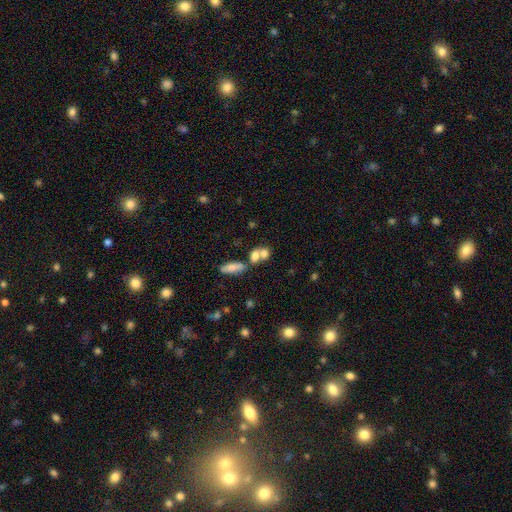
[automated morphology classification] Smooth or featured?
  - smooth: 64% *
  - star or artifact: 19%
  - featured or disk: 17%
How rounded?
  - in between: 48% *
  - round: 35%
  - cigar-shaped: 17%
Merging?
  - none: 46% *
  - merger: 39%
  - minor disturbance: 10%
  - major disturbance: 5%